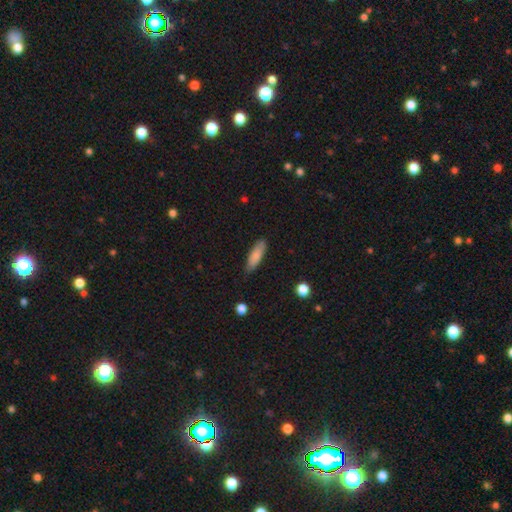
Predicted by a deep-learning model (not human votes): Overall: smooth (83%). How rounded: cigar-shaped (55%; in between 44%). Merging: none (83%).